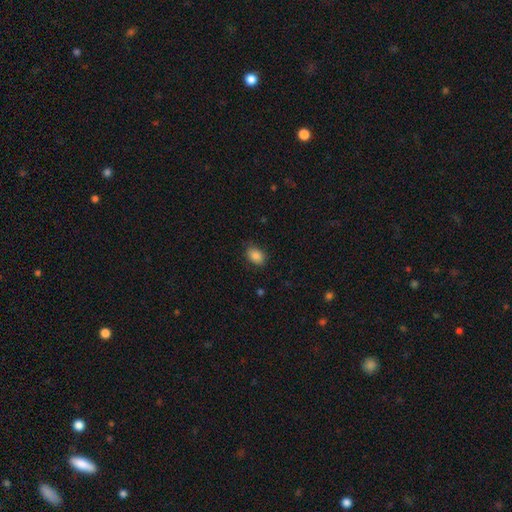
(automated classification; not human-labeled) Morphology: type=smooth (87%); roundness=in between (83%); merging=none (81%).